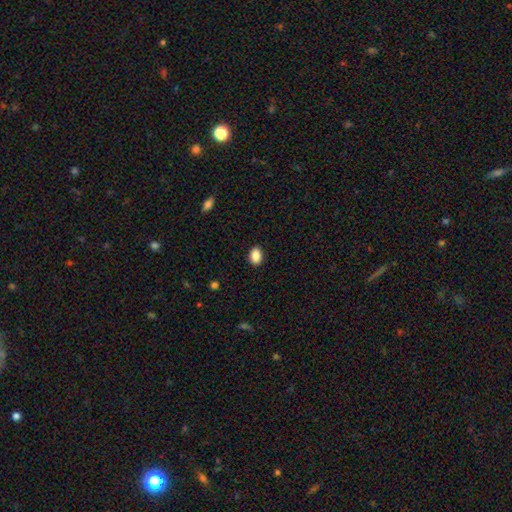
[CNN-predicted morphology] Smooth or featured?
  - smooth: 89% *
  - star or artifact: 8%
  - featured or disk: 3%
How rounded?
  - in between: 81% *
  - round: 17%
  - cigar-shaped: 1%
Merging?
  - none: 89% *
  - minor disturbance: 8%
  - major disturbance: 2%
  - merger: 1%